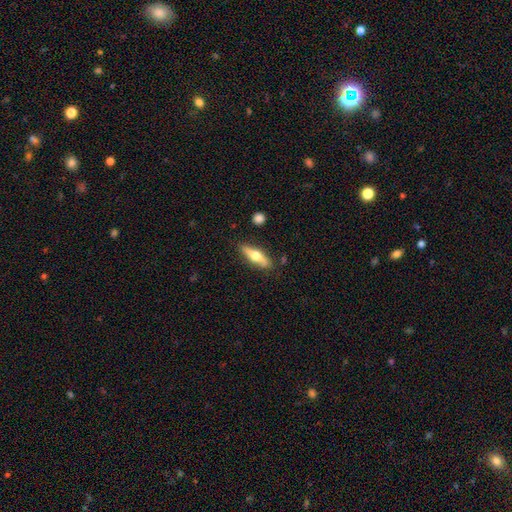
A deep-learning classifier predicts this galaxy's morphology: Smooth or featured: featured or disk — 48% (smooth — 46%)
Merging: none — 83% (minor disturbance — 12%)